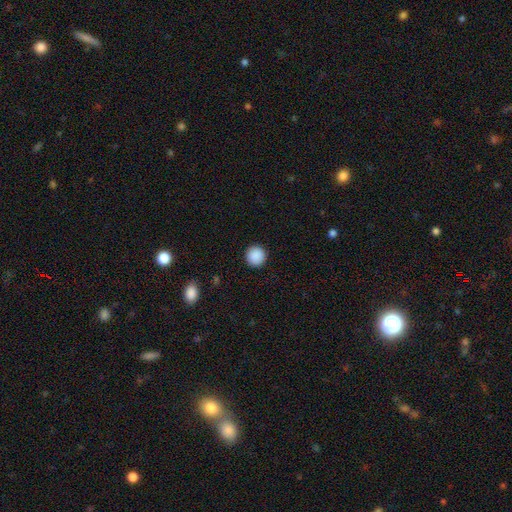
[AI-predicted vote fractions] This is clearly a smooth galaxy (90%). How rounded: clearly round (95%). Merging: clearly none (93%).